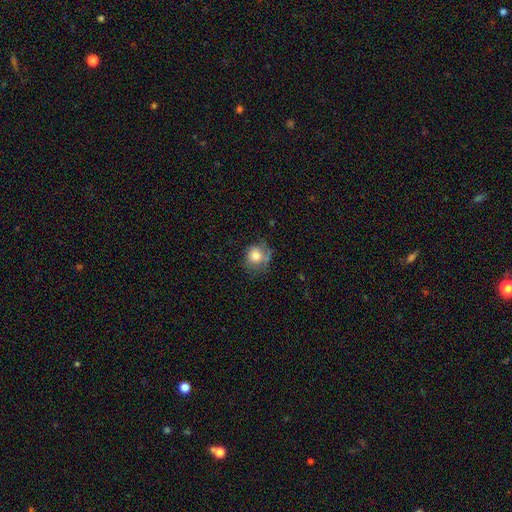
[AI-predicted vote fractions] Smooth or featured?
  - smooth: 74% *
  - featured or disk: 16%
  - star or artifact: 10%
How rounded?
  - round: 72% *
  - in between: 27%
  - cigar-shaped: 1%
Merging?
  - none: 54% *
  - minor disturbance: 29%
  - major disturbance: 13%
  - merger: 5%